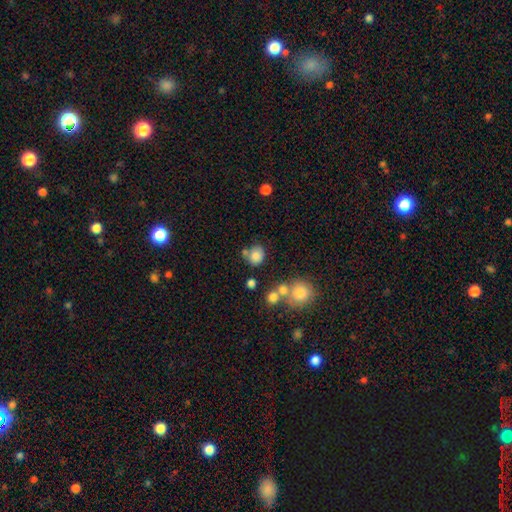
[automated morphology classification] Smooth or featured?
  - smooth: 80% *
  - star or artifact: 11%
  - featured or disk: 9%
How rounded?
  - round: 69% *
  - in between: 30%
  - cigar-shaped: 1%
Merging?
  - none: 58% *
  - merger: 18%
  - minor disturbance: 18%
  - major disturbance: 6%